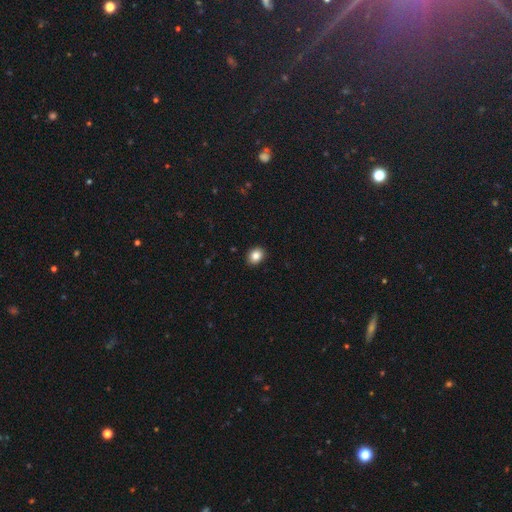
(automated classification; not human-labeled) The model was most divided on "how rounded": in between: 51%, round: 48%, cigar-shaped: 1%. More confident: merging — none (91%); smooth or featured — smooth (85%).